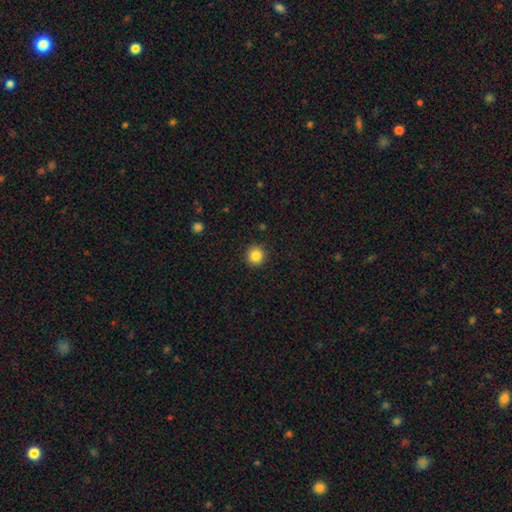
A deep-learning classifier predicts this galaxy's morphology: type=smooth (85%); roundness=round (94%); merging=none (92%).